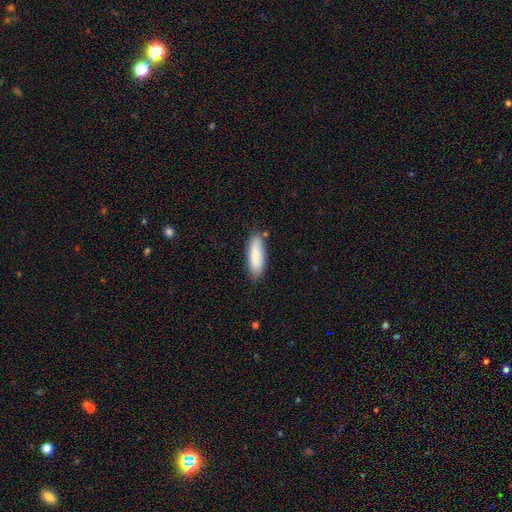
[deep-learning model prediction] Q: Smooth or featured?
A: smooth (86%); runner-up: featured or disk (8%)
Q: How rounded?
A: in between (60%); runner-up: cigar-shaped (38%)
Q: Merging?
A: none (78%); runner-up: minor disturbance (17%)